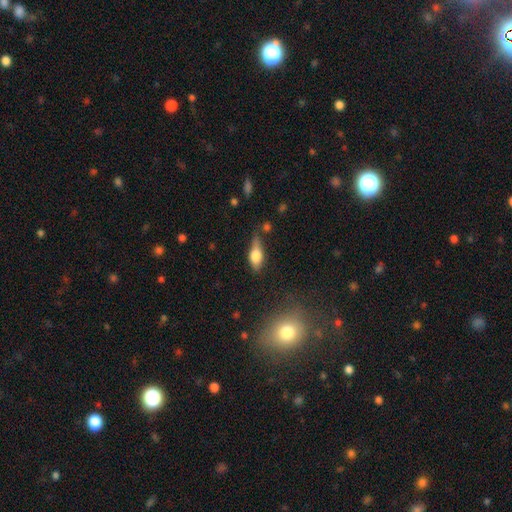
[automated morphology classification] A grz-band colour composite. It shows a smooth galaxy with no disk features (60%) that is in between round and cigar-shaped (71%). Merging: none (58%).